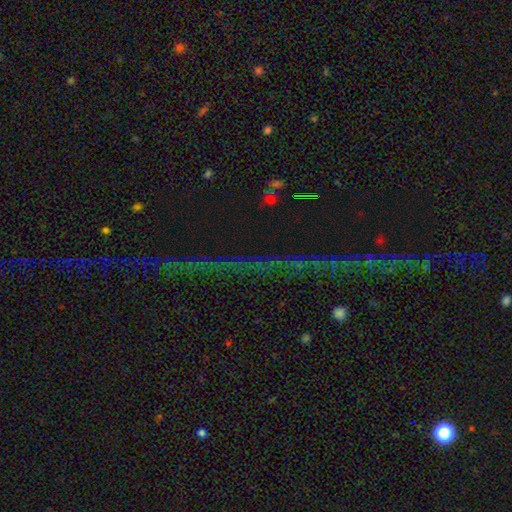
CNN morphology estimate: star or artifact 74%, featured or disk 16%, smooth 9%.